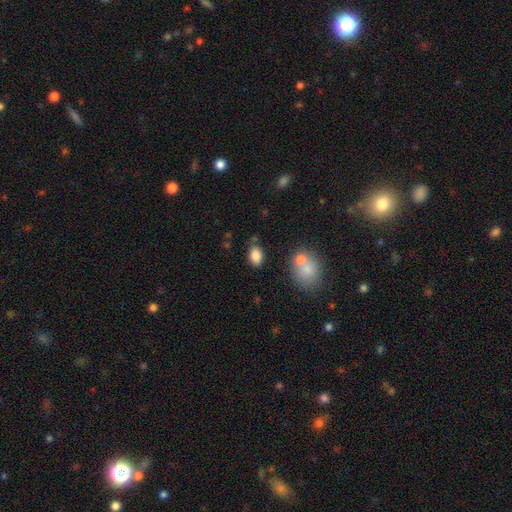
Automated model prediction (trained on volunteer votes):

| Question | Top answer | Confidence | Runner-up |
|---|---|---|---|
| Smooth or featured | smooth | 86% | star or artifact (9%) |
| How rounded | in between | 81% | round (17%) |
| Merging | none | 77% | minor disturbance (13%) |